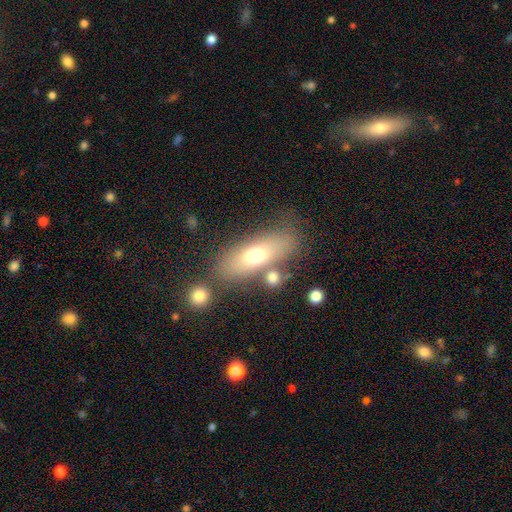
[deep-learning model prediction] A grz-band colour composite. It shows a smooth galaxy with no disk features (64%) that is in between round and cigar-shaped (66%). Merging: none (66%).